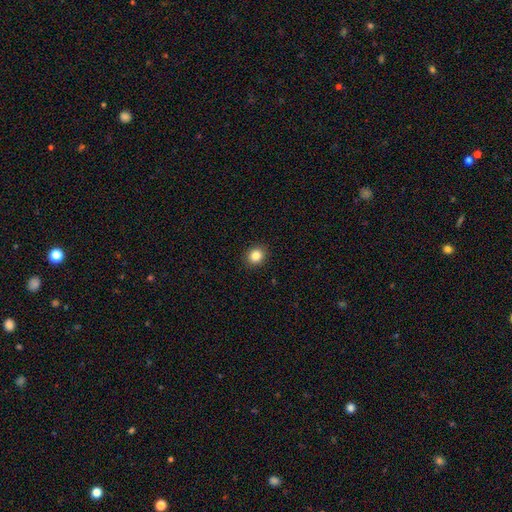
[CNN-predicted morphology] This appears to be a smooth galaxy with no disk features (84%) that is round (78%). Merging: none (91%).